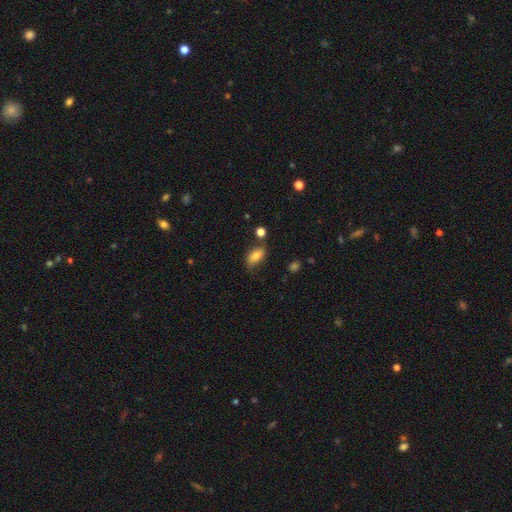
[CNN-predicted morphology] smooth 80%, featured or disk 11%, star or artifact 9%. Down the decision tree: how rounded — in between (87%); merging — none (63%).